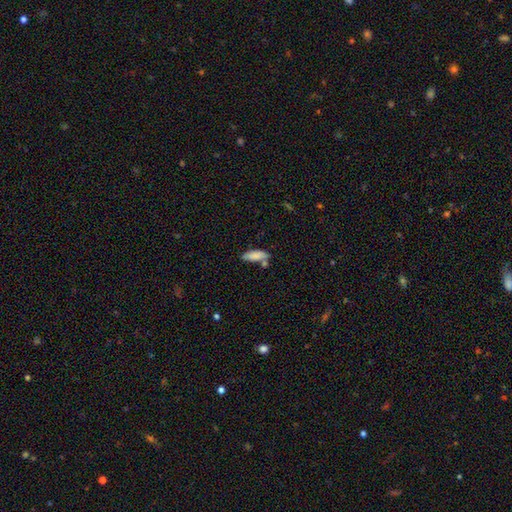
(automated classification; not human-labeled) A smooth galaxy with no disk features (85%) that is in between round and cigar-shaped (63%).

Vote fractions:
- Smooth or featured? smooth: 85% / featured or disk: 8% / star or artifact: 7%
- How rounded? in between: 63% / cigar-shaped: 35% / round: 2%
- Merging? none: 64% / minor disturbance: 17% / merger: 15% / major disturbance: 4%